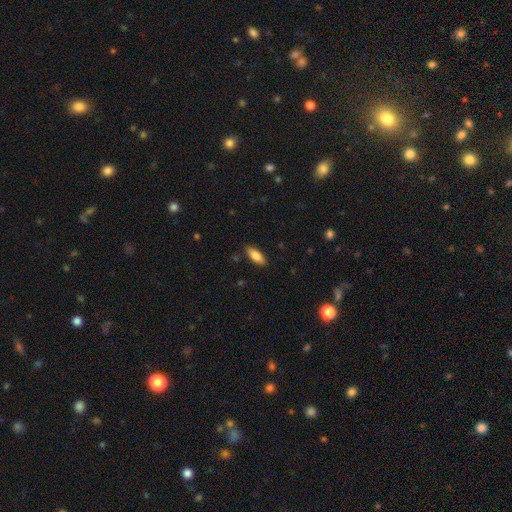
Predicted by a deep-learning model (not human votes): Morphology: type=smooth (79%); roundness=in between (68%); merging=none (87%).